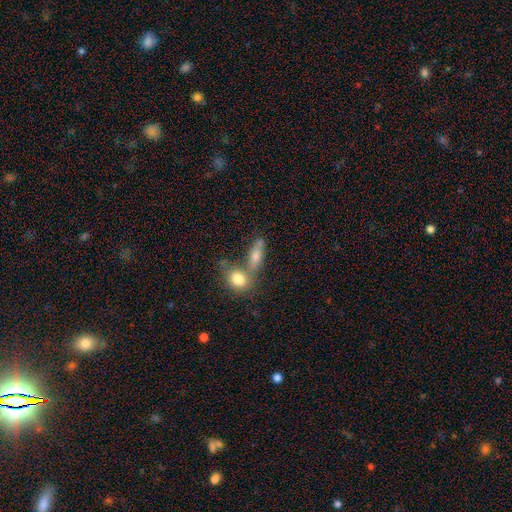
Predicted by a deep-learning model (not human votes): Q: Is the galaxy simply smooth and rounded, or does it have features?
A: smooth — 70%.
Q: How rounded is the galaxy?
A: in between — 60%.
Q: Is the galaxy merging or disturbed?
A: none — 44%.